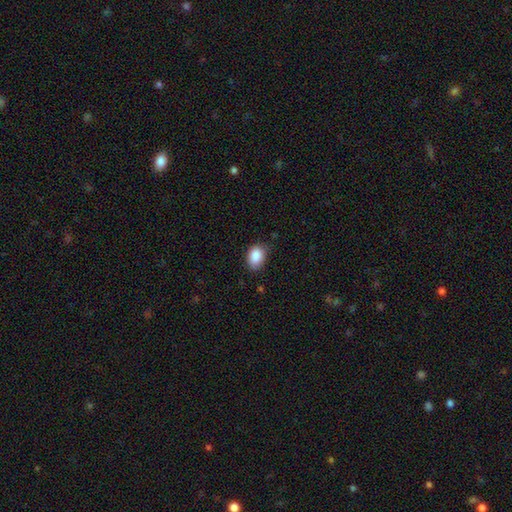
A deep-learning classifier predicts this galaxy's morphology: Overall: smooth (88%). How rounded: in between (82%). Merging: none (73%).